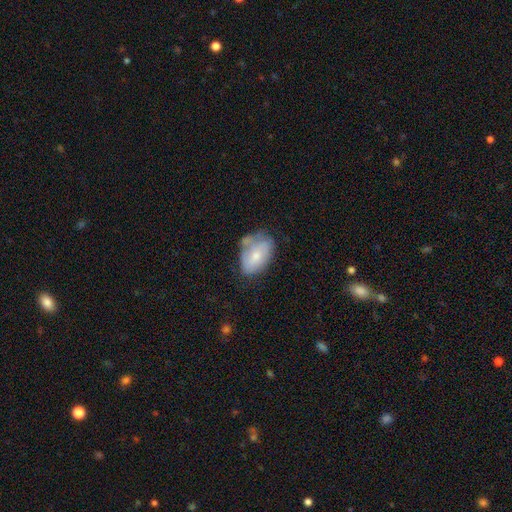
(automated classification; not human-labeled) The model was most divided on "merging": none: 45%, minor disturbance: 32%, major disturbance: 12%, merger: 11%. More confident: how rounded — in between (87%); smooth or featured — smooth (63%).